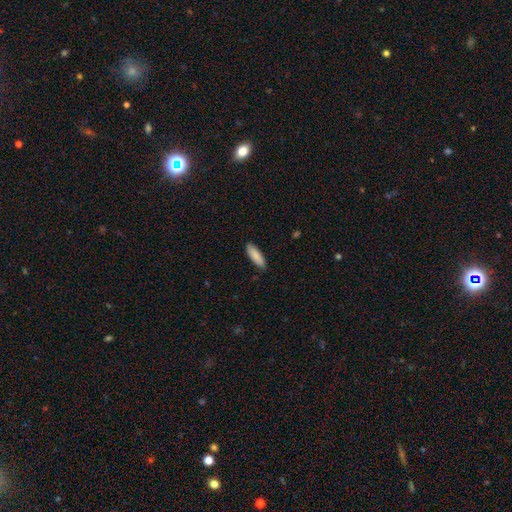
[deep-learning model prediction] Morphology: type=smooth (87%); roundness=cigar-shaped (49%, tied with in between); merging=none (88%).